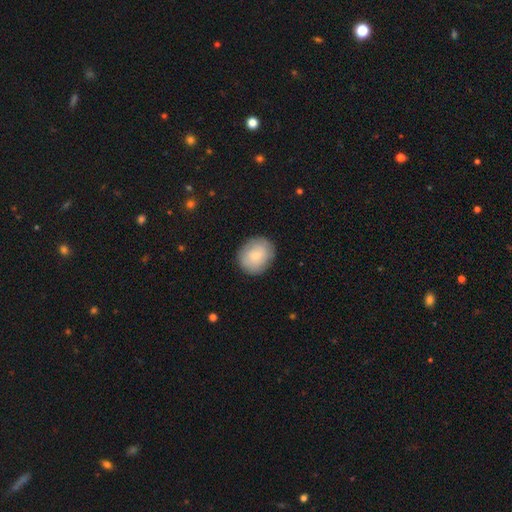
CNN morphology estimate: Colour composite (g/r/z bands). It shows a smooth galaxy with no disk features (80%) that is round (62%). Merging: none (86%).